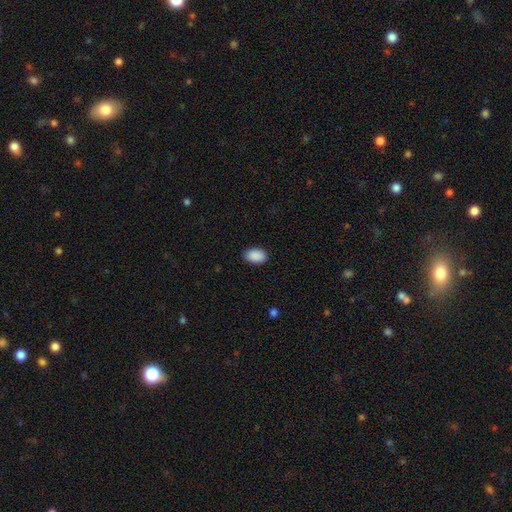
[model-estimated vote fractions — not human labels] Overall: smooth (91%). How rounded: in between (91%). Merging: none (88%).